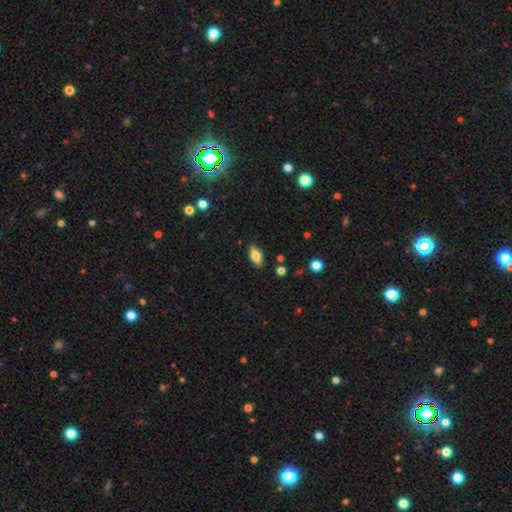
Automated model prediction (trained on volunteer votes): smooth 77%, featured or disk 16%, star or artifact 8%. Down the decision tree: how rounded — in between (86%); merging — none (85%).